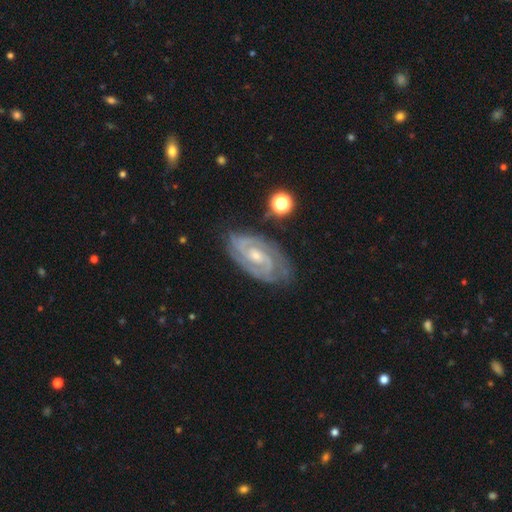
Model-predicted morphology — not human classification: smooth-or-featured: featured or disk: 90% | star or artifact: 5% | smooth: 5%
  disk-edge-on: no: 96% | yes: 4%
    bar: no: 45% | weak: 42% | strong: 12%
    has-spiral-arms: yes: 98% | no: 2%
      spiral-winding: tight: 68% | medium: 28% | loose: 4%
      spiral-arm-count: 2: 71% | 3: 13% | can't tell: 8% | 4: 3% | 1: 2% | more than 4: 2%
    bulge-size: small: 53% | moderate: 43% | none: 2% | large: 1% | dominant: 1%
  merging: none: 78% | minor disturbance: 16% | major disturbance: 4% | merger: 2%